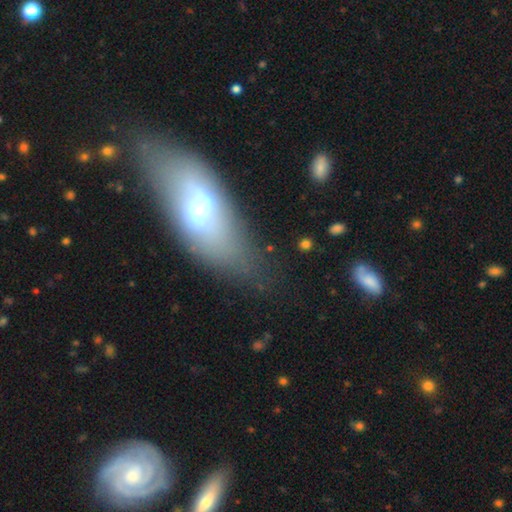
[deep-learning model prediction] Overall: featured or disk (49%; smooth 40%). Merging: none (64%).